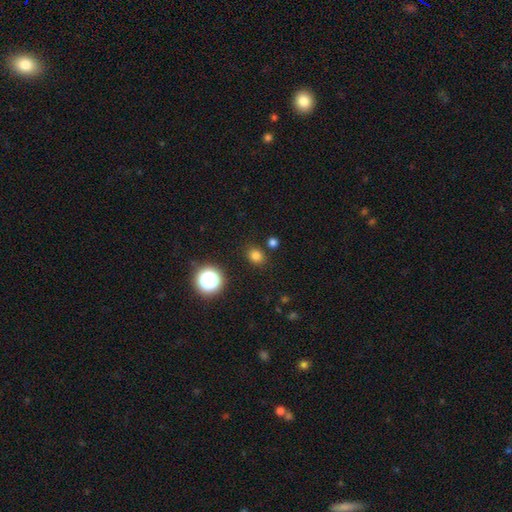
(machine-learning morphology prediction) smooth 77%, star or artifact 18%, featured or disk 6%. Down the decision tree: how rounded — round (63%); merging — none (84%).